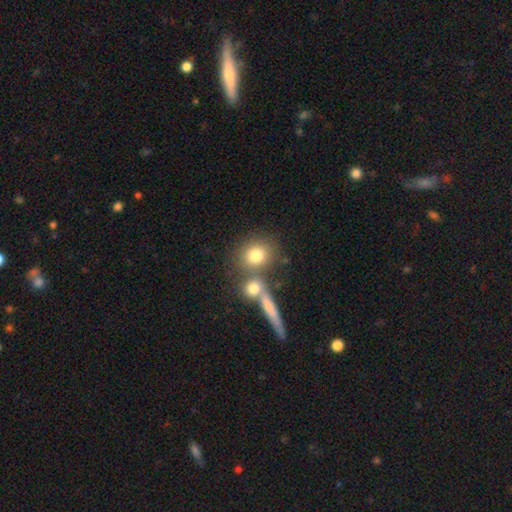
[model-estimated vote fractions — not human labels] Morphology: type=smooth (75%); roundness=round (77%); merging=none (61%).